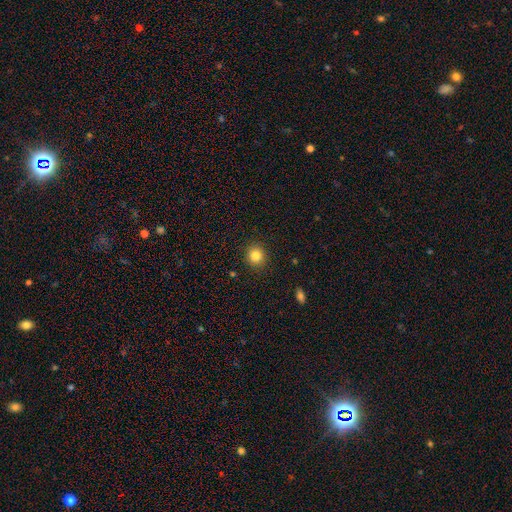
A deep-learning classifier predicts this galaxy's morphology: Smooth or featured? Predicted: smooth (p=0.83). How rounded? Predicted: round (p=0.87). Merging? Predicted: none (p=0.91).